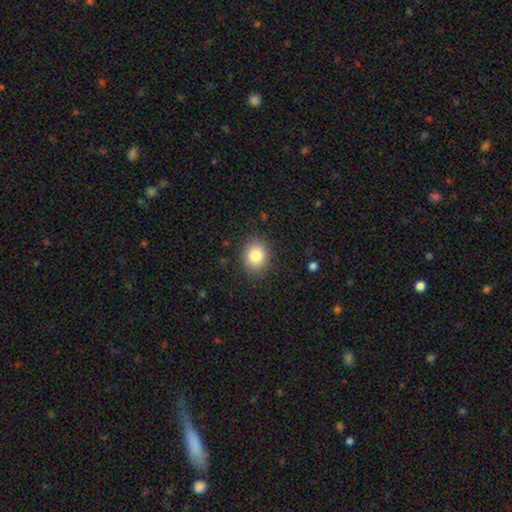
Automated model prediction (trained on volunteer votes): Smooth or featured? Predicted: smooth (p=0.82). How rounded? Predicted: round (p=0.67). Merging? Predicted: none (p=0.88).